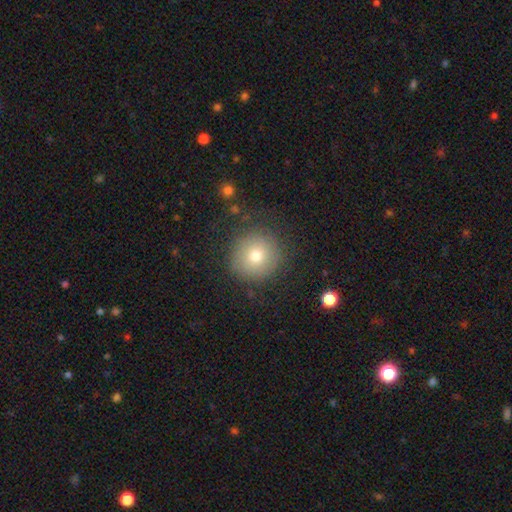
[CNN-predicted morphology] Smooth or featured? smooth (74%)
How rounded? round (94%)
Merging? none (82%)